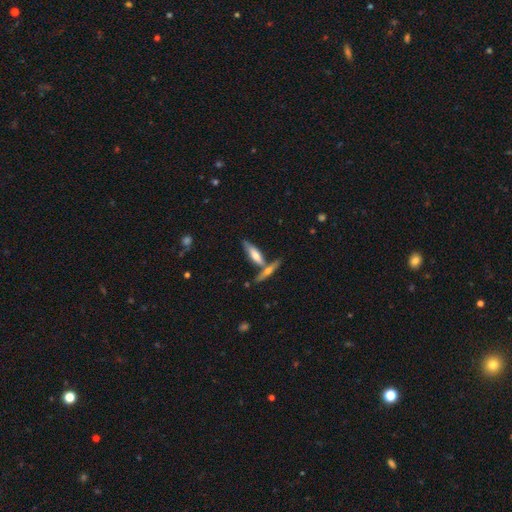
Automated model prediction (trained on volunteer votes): Smooth or featured? smooth (49%)
Merging? none (55%)